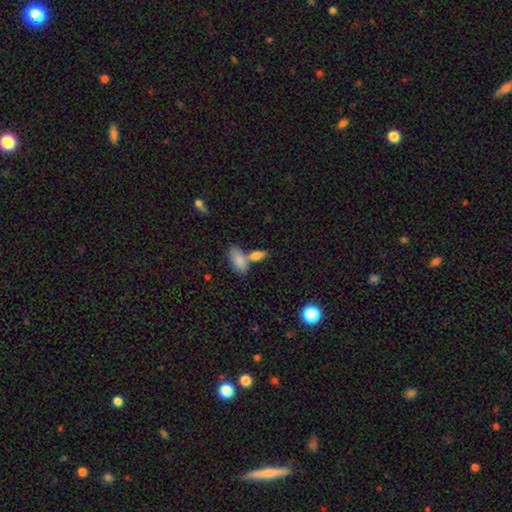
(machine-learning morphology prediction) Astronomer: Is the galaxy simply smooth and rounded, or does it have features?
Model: smooth — 79%.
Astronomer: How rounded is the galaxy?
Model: in between — 81%.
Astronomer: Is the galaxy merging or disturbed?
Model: merger — 43%, tied with none at 43%.